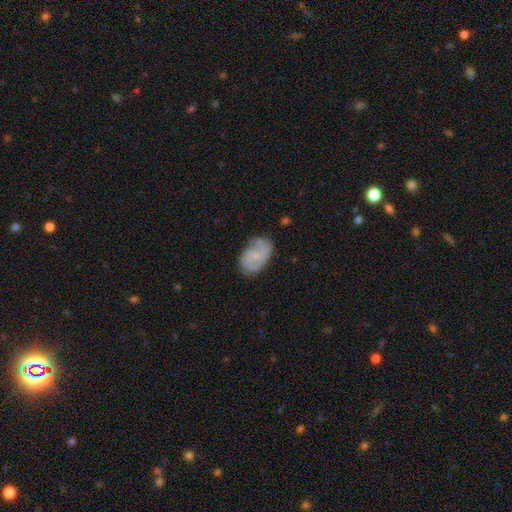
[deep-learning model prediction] A featured or disk galaxy (63%) with no bar (53%), 2 (64%) medium (47%) spiral arms (86%) and a small central bulge (60%).

Vote fractions:
- Smooth or featured? featured or disk: 63% / smooth: 30% / star or artifact: 7%
- Edge-on disk? no: 97% / yes: 3%
- Bar? no: 53% / weak: 40% / strong: 7%
- Spiral arms? yes: 86% / no: 14%
- Spiral winding? medium: 47% / tight: 27% / loose: 26%
- Spiral arm count? 2: 64% / can't tell: 18% / 3: 9% / 1: 3% / 4: 2% / more than 4: 2%
- Bulge size? small: 60% / none: 21% / moderate: 17% / large: 1% / dominant: 1%
- Merging? none: 67% / minor disturbance: 24% / major disturbance: 7% / merger: 2%